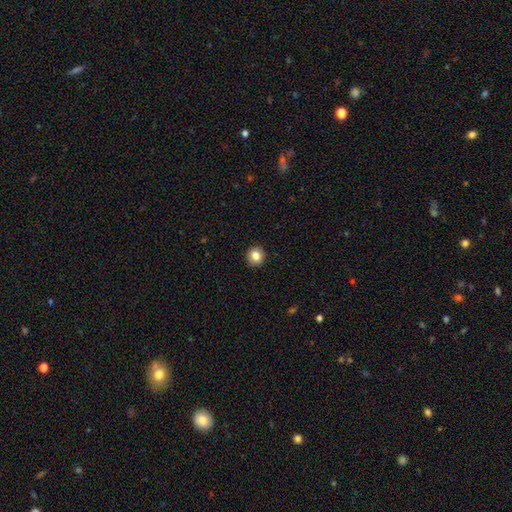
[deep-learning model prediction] A smooth galaxy with no disk features (82%) that is round (89%).

Vote fractions:
- Smooth or featured? smooth: 82% / star or artifact: 10% / featured or disk: 8%
- How rounded? round: 89% / in between: 10% / cigar-shaped: 1%
- Merging? none: 92% / minor disturbance: 5% / major disturbance: 2% / merger: 1%